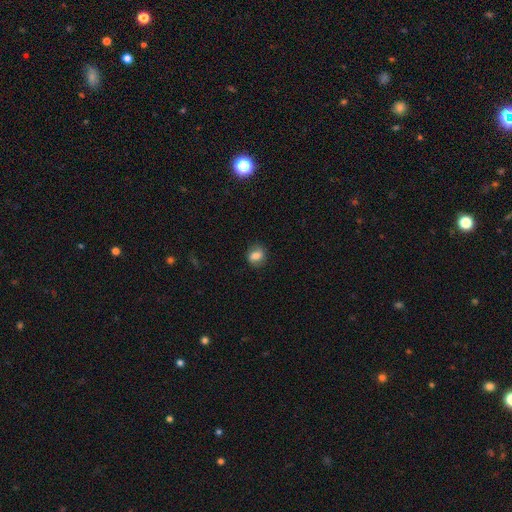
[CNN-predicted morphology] A smooth galaxy with no disk features (78%) that is round (50%). Merging: none (78%).